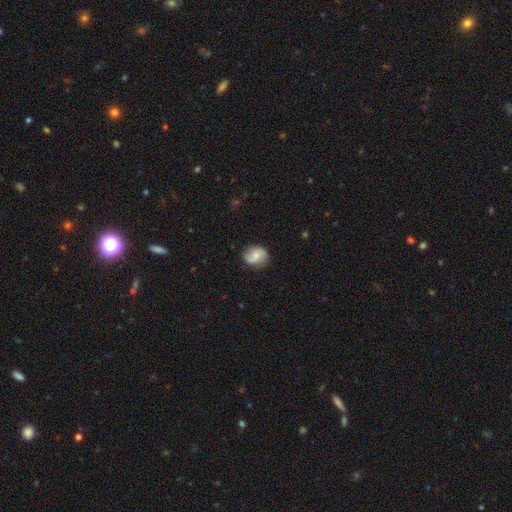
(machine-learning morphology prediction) Smooth or featured: smooth — 52% (featured or disk — 41%)
How rounded: round — 64% (in between — 35%)
Merging: none — 77% (minor disturbance — 17%)